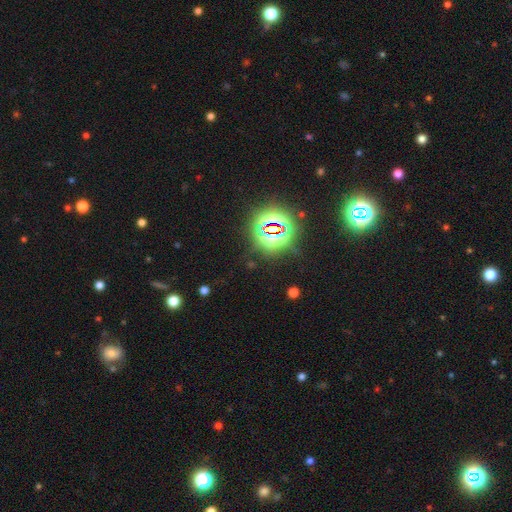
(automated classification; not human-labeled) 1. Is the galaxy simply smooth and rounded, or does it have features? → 80% star or artifact, 13% smooth, 7% featured or disk.